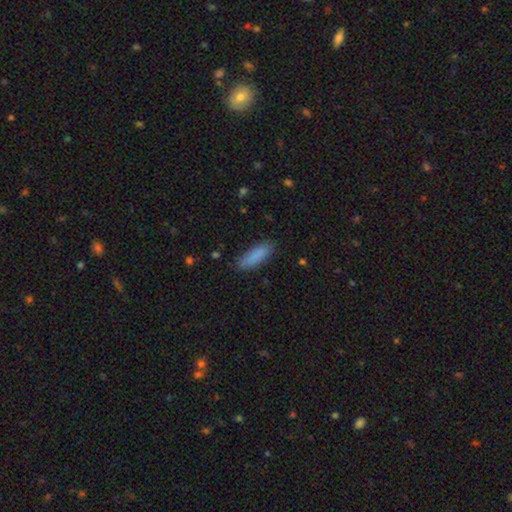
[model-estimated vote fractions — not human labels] Overall: smooth (87%). How rounded: in between (51%; cigar-shaped 48%). Merging: none (82%).